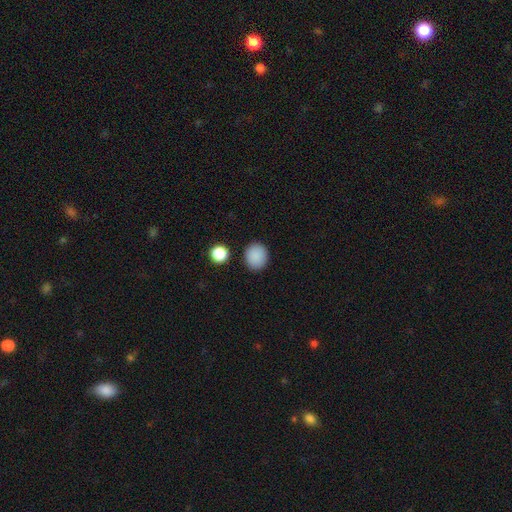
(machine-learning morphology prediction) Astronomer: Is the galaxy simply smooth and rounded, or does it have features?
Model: smooth — 88%.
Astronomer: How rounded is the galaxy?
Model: round — 77%.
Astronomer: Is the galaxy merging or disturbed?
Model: none — 88%.